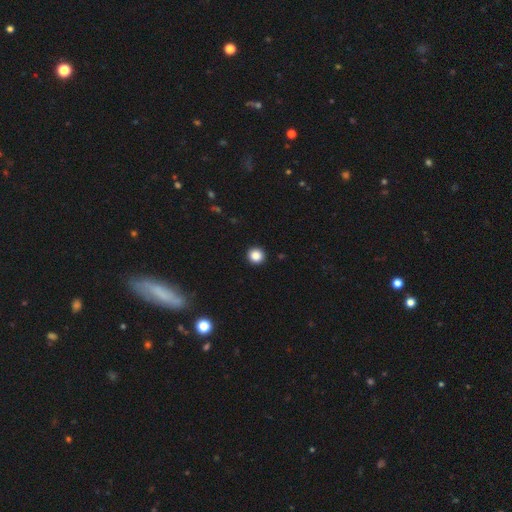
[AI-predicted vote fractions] smooth_or_featured: smooth (p=0.87) [alt: star or artifact p=0.10]
how_rounded: round (p=0.95) [alt: in between p=0.04]
merging: none (p=0.93) [alt: minor disturbance p=0.04]